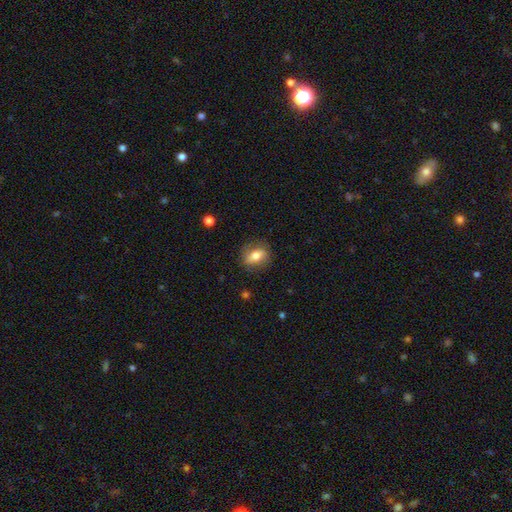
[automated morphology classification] A smooth galaxy with no disk features (69%) that is in between round and cigar-shaped (65%).

Vote fractions:
- Smooth or featured? smooth: 69% / featured or disk: 23% / star or artifact: 8%
- How rounded? in between: 65% / round: 32% / cigar-shaped: 4%
- Merging? none: 79% / minor disturbance: 15% / major disturbance: 5% / merger: 1%